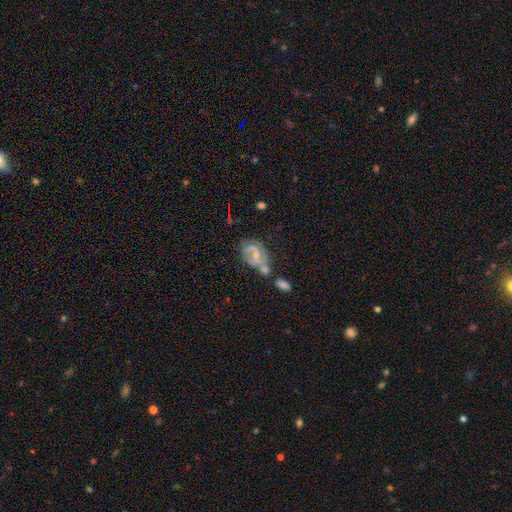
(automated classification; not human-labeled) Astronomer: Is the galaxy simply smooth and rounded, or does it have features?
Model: featured or disk — 67%.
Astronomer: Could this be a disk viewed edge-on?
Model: no — 96%.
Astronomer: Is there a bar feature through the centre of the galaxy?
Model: weak — 47% (runner-up: no, 32%).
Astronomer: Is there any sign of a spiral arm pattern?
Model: yes — 80%.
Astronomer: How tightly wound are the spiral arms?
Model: medium — 45% (runner-up: tight, 35%).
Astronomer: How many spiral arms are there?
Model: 2 — 71%.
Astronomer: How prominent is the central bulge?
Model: small — 51% (runner-up: moderate, 41%).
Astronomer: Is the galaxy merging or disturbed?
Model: none — 42% (runner-up: merger, 31%).